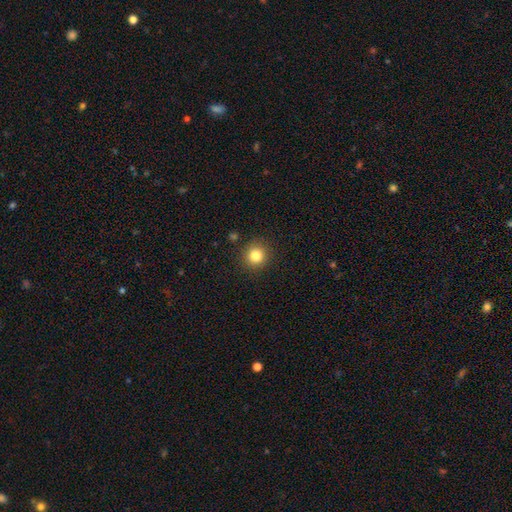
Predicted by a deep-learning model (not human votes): Morphology: type=smooth (83%); roundness=round (92%); merging=none (89%).